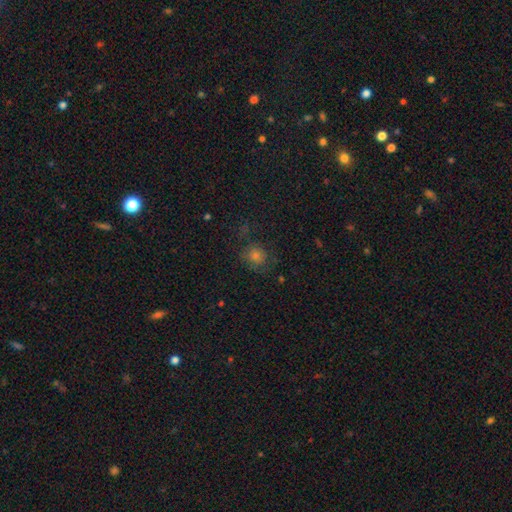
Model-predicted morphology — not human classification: smooth 57%, star or artifact 28%, featured or disk 15%. Down the decision tree: how rounded — round (79%); merging — none (71%).